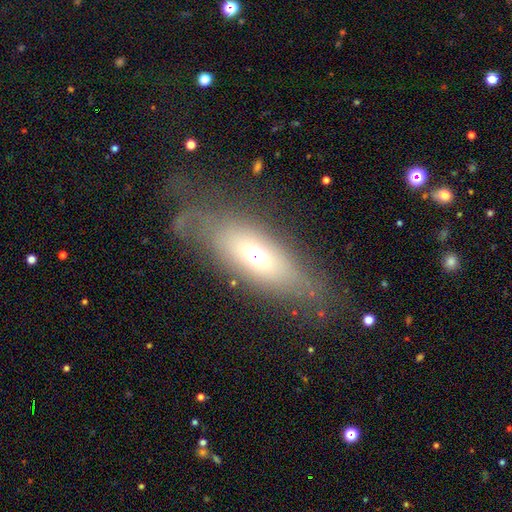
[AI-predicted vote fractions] Overall: smooth (55%; featured or disk 33%). How rounded: in between (71%). Merging: none (55%; major disturbance 22%).